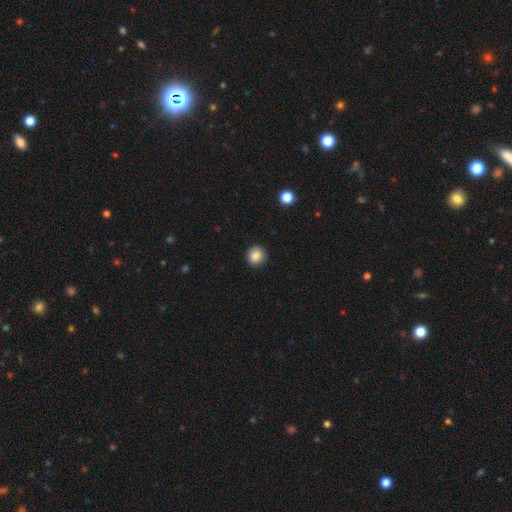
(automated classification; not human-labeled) smooth-or-featured: smooth: 86% | star or artifact: 9% | featured or disk: 5%
  how-rounded: round: 88% | in between: 11% | cigar-shaped: 1%
  merging: none: 91% | minor disturbance: 6% | major disturbance: 2% | merger: 1%